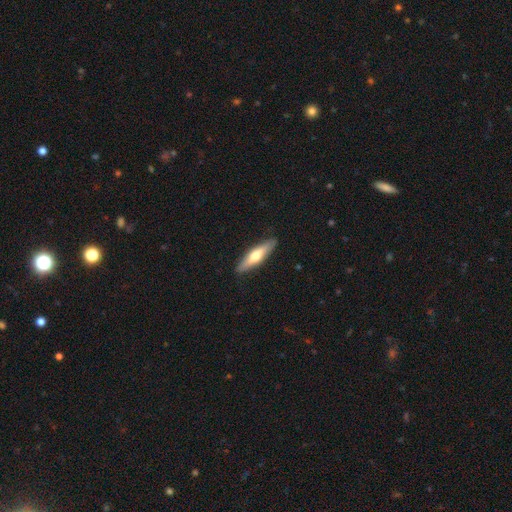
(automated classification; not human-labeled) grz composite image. It shows a smooth galaxy with no disk features (50%). Merging: none (90%).